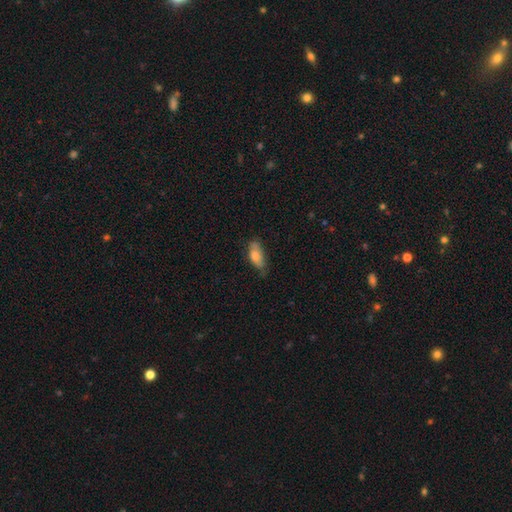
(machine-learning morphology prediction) This appears to be a smooth galaxy with no disk features (77%) that is in between round and cigar-shaped (83%). Merging: none (60%).